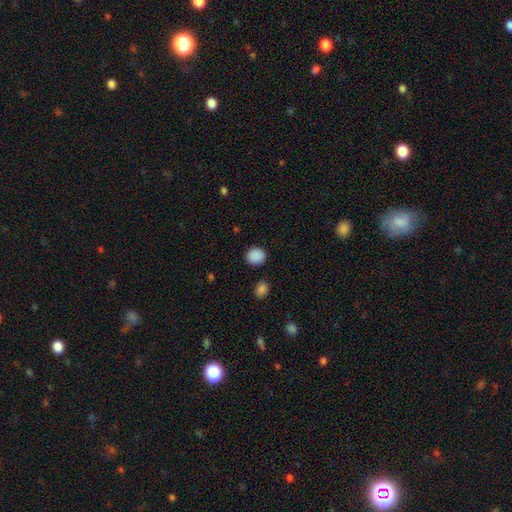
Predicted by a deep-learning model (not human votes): Overall: smooth (89%). How rounded: round (79%). Merging: none (88%).